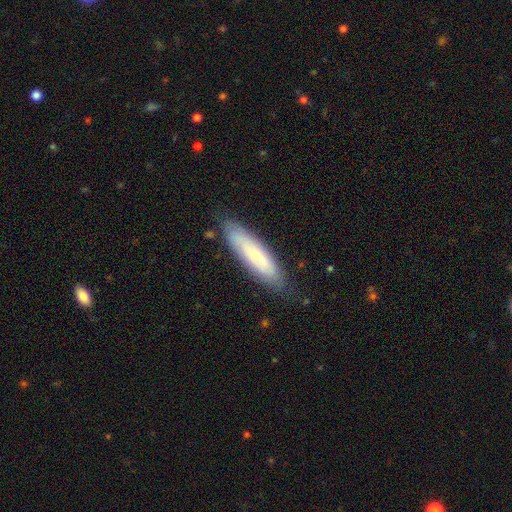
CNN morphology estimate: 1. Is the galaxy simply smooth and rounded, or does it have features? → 67% smooth, 27% featured or disk, 6% star or artifact.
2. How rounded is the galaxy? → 71% cigar-shaped, 28% in between, 1% round.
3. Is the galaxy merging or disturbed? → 81% none, 15% minor disturbance, 3% major disturbance, 2% merger.